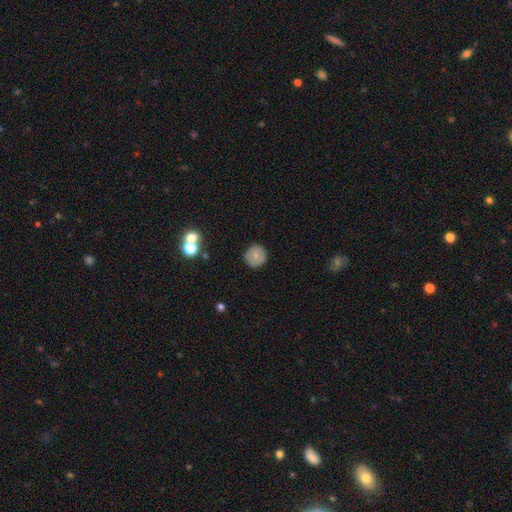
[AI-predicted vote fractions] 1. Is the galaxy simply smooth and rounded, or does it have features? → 77% smooth, 14% featured or disk, 9% star or artifact.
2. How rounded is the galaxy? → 94% round, 5% in between, 1% cigar-shaped.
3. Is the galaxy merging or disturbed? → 87% none, 8% minor disturbance, 2% merger, 2% major disturbance.